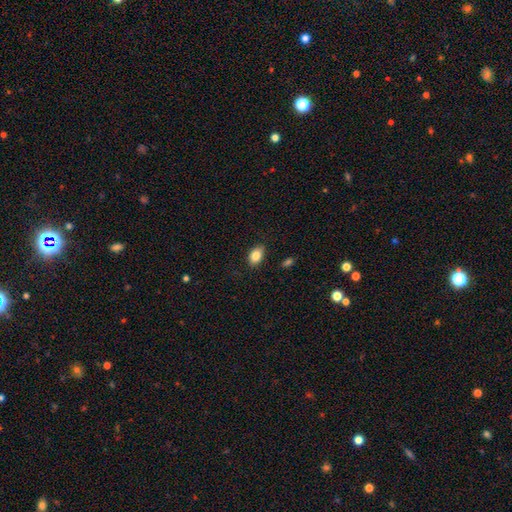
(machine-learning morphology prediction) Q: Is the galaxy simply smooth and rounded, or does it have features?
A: smooth — 84%.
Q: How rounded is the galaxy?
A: in between — 85%.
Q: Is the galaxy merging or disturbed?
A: none — 85%.